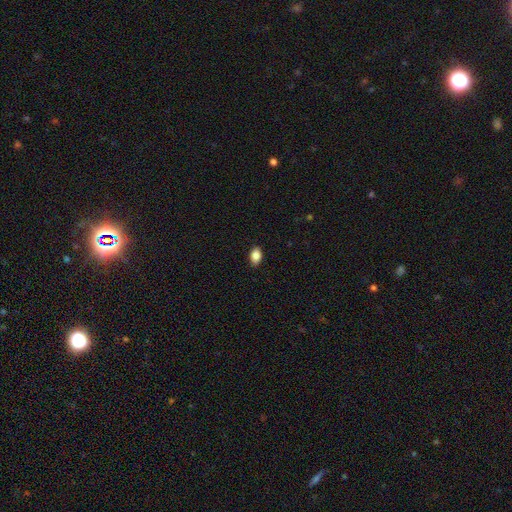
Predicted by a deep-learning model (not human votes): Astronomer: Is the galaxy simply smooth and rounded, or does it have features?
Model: smooth — 86%.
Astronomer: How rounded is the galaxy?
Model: in between — 87%.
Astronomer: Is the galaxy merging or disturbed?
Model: none — 89%.